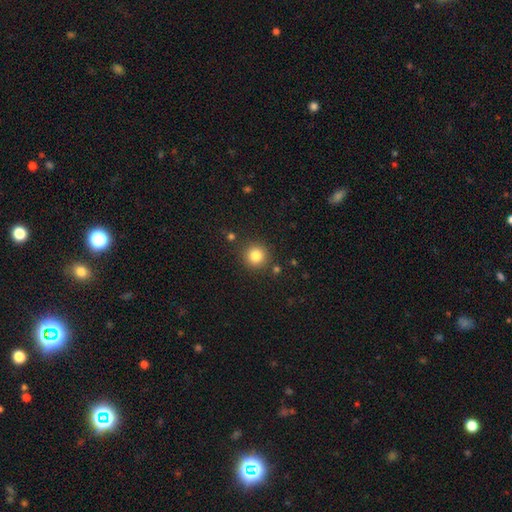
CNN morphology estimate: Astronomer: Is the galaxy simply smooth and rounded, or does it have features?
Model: smooth — 83%.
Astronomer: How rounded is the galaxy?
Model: round — 94%.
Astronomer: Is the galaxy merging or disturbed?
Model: none — 88%.